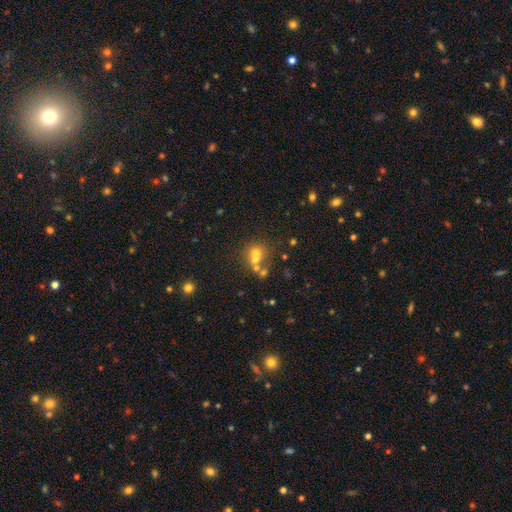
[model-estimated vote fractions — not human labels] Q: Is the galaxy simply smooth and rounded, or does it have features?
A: smooth — 56%.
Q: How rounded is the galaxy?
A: round — 74%.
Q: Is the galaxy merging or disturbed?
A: merger — 49%.